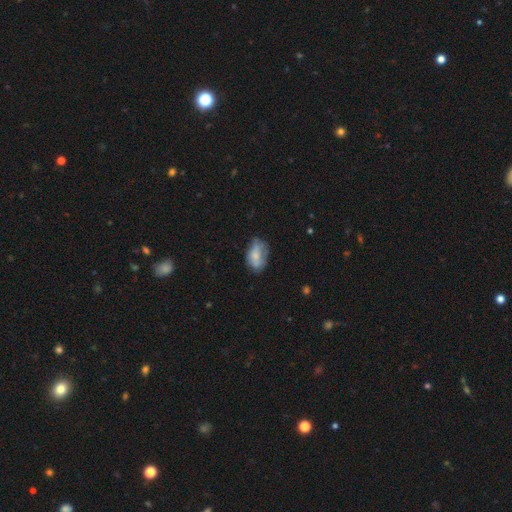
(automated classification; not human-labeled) The model was most divided on "merging": none: 47%, minor disturbance: 34%, major disturbance: 15%, merger: 4%. More confident: how rounded — in between (88%); smooth or featured — smooth (61%).